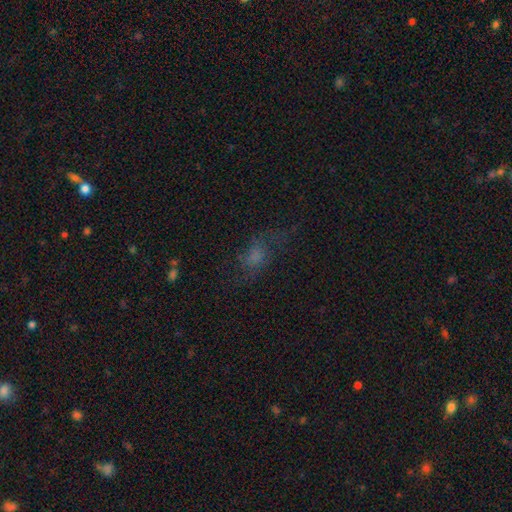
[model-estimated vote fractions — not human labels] This appears to be a smooth galaxy with no disk features (47%). Merging: none (53%).